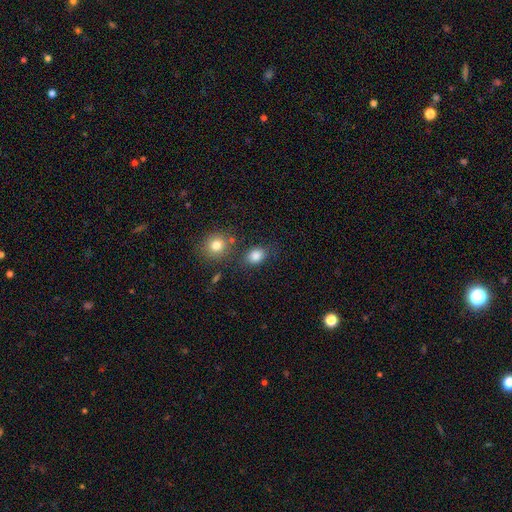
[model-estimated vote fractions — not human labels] Q: Smooth or featured?
A: smooth (84%); runner-up: star or artifact (11%)
Q: How rounded?
A: in between (60%); runner-up: round (39%)
Q: Merging?
A: none (73%); runner-up: minor disturbance (14%)